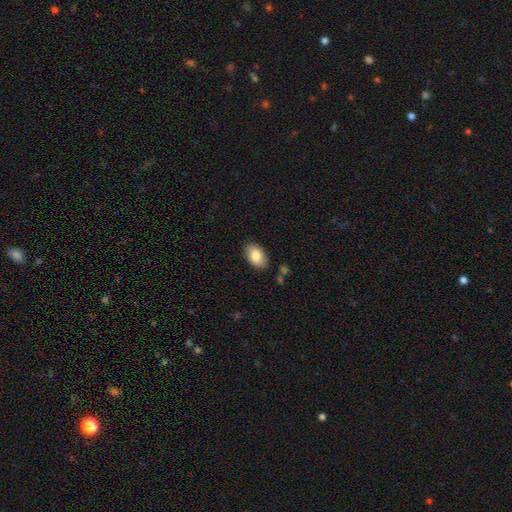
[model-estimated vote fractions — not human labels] A smooth galaxy with no disk features (83%) that is in between round and cigar-shaped (91%).

Vote fractions:
- Smooth or featured? smooth: 83% / featured or disk: 10% / star or artifact: 7%
- How rounded? in between: 91% / round: 7% / cigar-shaped: 1%
- Merging? none: 84% / minor disturbance: 11% / major disturbance: 2% / merger: 2%